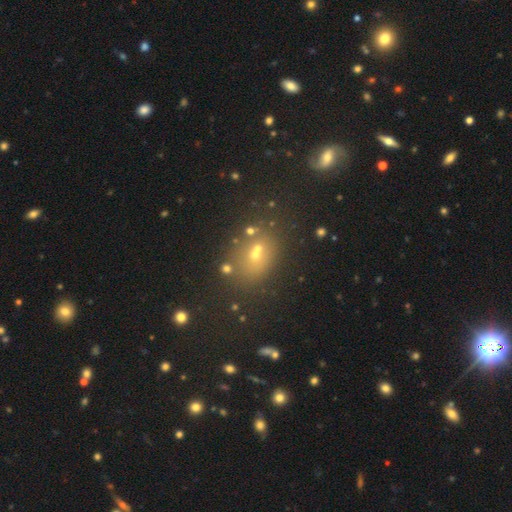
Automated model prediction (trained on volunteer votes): This is possibly a smooth galaxy (49%). Merging: possibly none (53%).